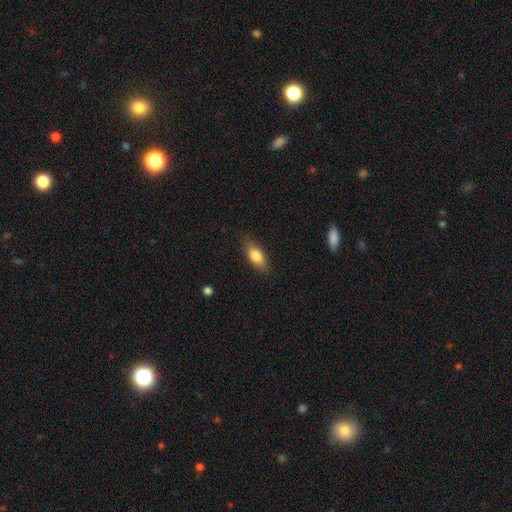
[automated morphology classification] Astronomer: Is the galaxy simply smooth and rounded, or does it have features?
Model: smooth — 80%.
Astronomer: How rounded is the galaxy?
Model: in between — 79%.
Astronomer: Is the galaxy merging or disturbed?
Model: none — 83%.